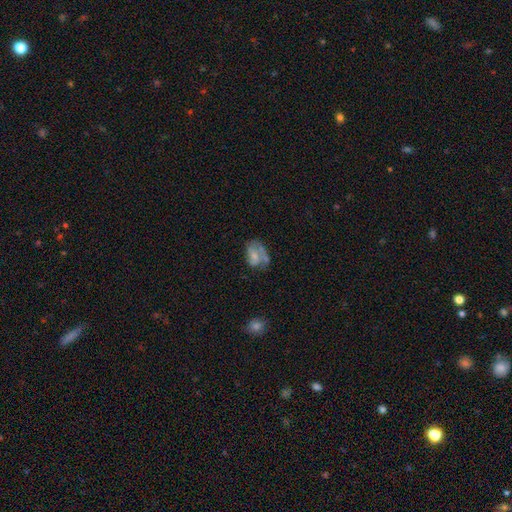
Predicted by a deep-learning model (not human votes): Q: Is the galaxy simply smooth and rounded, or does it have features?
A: featured or disk — 47%.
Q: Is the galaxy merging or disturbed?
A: none — 34%.